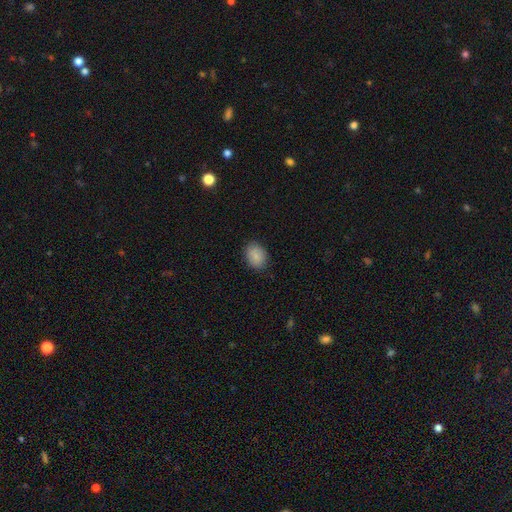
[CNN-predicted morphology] A smooth galaxy with no disk features (86%) that is in between round and cigar-shaped (70%).

Vote fractions:
- Smooth or featured? smooth: 86% / star or artifact: 8% / featured or disk: 6%
- How rounded? in between: 70% / round: 29% / cigar-shaped: 1%
- Merging? none: 86% / minor disturbance: 10% / major disturbance: 2% / merger: 1%